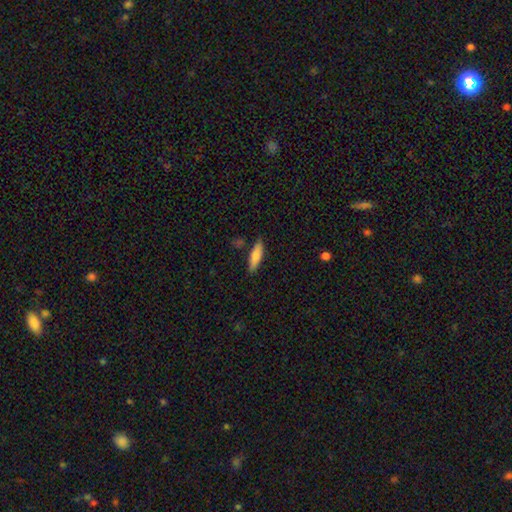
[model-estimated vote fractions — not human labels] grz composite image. It shows a smooth galaxy with no disk features (78%) that is cigar-shaped (61%). Merging: none (82%).